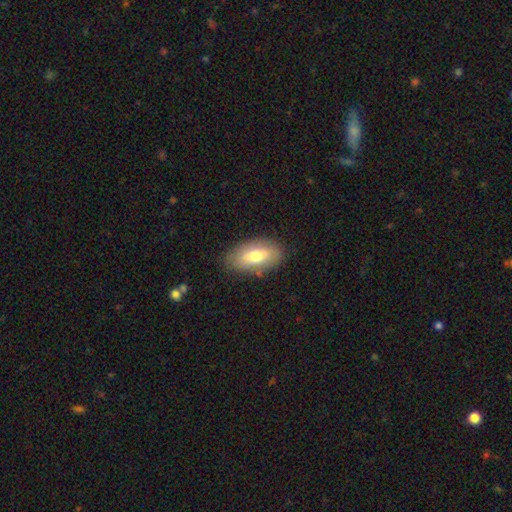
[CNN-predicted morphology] Smooth or featured? Predicted: smooth (p=0.69). How rounded? Predicted: in between (p=0.89). Merging? Predicted: none (p=0.82).